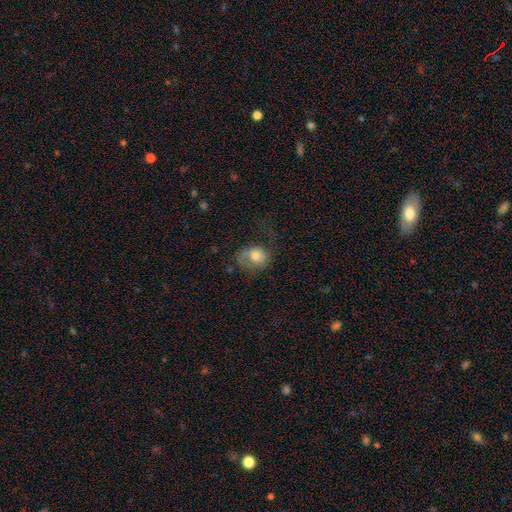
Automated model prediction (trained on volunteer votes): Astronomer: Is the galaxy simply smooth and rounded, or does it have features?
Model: smooth — 64%.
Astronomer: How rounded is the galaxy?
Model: round — 60% (runner-up: in between, 39%).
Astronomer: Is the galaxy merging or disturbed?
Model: none — 37% (runner-up: major disturbance, 35%).